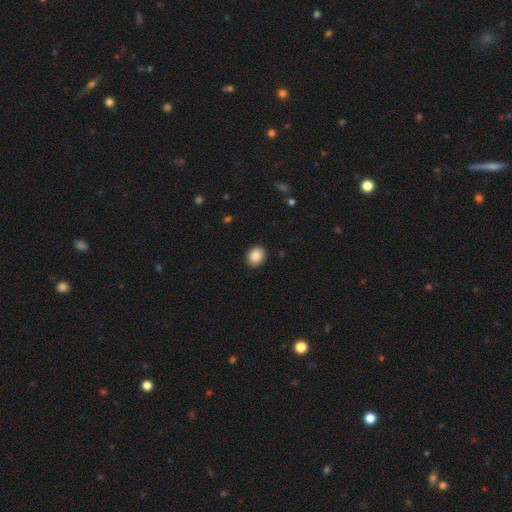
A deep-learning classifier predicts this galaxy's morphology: A smooth galaxy with no disk features (88%) that is round (58%).

Vote fractions:
- Smooth or featured? smooth: 88% / star or artifact: 8% / featured or disk: 4%
- How rounded? round: 58% / in between: 41% / cigar-shaped: 1%
- Merging? none: 90% / minor disturbance: 7% / major disturbance: 2% / merger: 1%